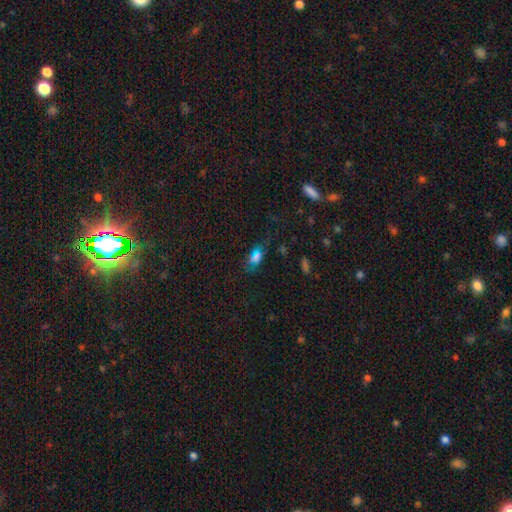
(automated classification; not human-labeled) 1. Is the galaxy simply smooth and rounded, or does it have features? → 51% smooth, 36% star or artifact, 14% featured or disk.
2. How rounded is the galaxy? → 80% in between, 11% round, 9% cigar-shaped.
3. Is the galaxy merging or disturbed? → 65% none, 19% minor disturbance, 10% major disturbance, 6% merger.